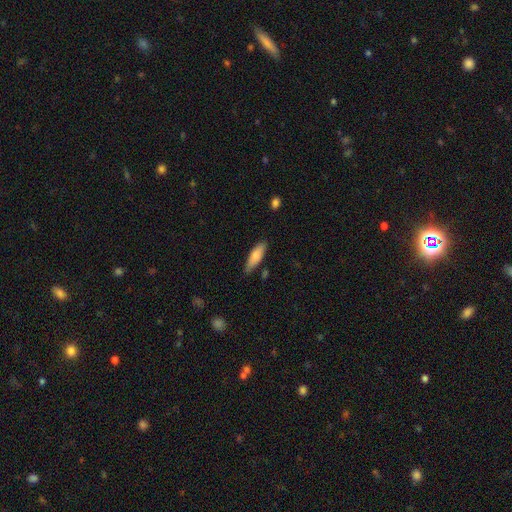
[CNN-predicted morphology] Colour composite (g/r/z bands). It shows a smooth galaxy with no disk features (79%) that is in between round and cigar-shaped (50%). Merging: none (76%).